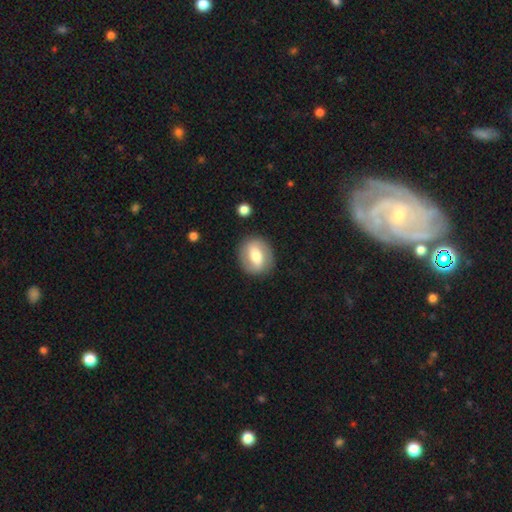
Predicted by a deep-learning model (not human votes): smooth_or_featured: featured or disk (p=0.48) [alt: smooth p=0.45]
merging: none (p=0.84) [alt: minor disturbance p=0.10]